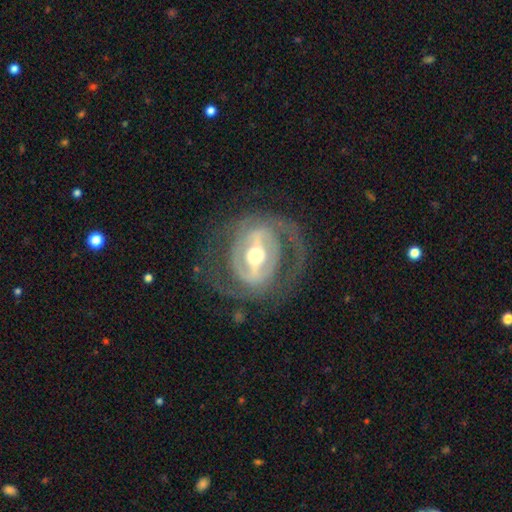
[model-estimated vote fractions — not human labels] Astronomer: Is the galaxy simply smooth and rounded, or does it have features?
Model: featured or disk — 85%.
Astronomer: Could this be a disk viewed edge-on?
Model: no — 94%.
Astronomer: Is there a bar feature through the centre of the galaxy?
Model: strong — 65%.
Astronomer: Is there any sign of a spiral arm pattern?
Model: yes — 72%.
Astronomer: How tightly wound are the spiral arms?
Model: tight — 42% (runner-up: medium, 40%).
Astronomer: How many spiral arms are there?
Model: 2 — 72%.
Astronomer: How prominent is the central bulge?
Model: moderate — 70%.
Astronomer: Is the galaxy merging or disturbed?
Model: none — 68%.